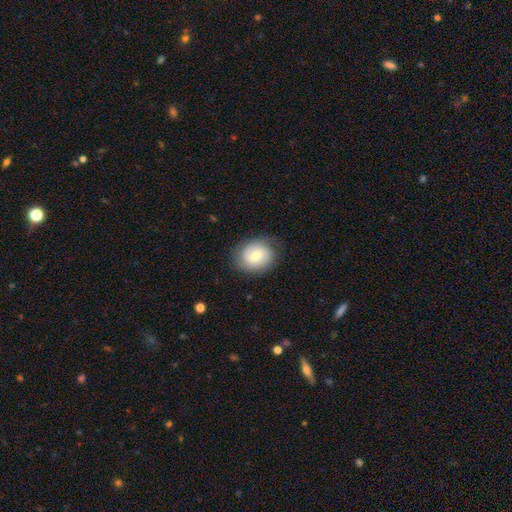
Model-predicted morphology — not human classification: Overall: smooth (63%; featured or disk 30%). How rounded: round (61%; in between 38%). Merging: none (81%).